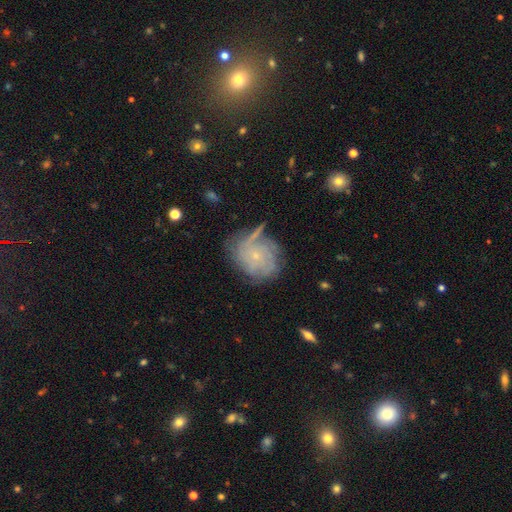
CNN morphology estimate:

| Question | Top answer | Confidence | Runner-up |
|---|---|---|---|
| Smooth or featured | featured or disk | 69% | smooth (21%) |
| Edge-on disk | no | 97% | yes (3%) |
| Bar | no | 83% | weak (15%) |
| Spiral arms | yes | 88% | no (12%) |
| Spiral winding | tight | 64% | medium (25%) |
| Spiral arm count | can't tell | 42% | 4 (17%) |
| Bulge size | small | 84% | moderate (10%) |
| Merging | none | 60% | minor disturbance (23%) |